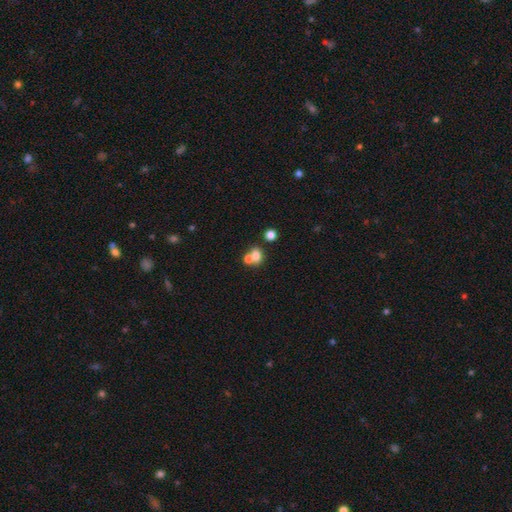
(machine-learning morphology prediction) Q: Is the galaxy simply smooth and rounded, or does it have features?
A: smooth — 73%.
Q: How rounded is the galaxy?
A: round — 52%.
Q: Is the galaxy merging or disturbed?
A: merger — 54%.